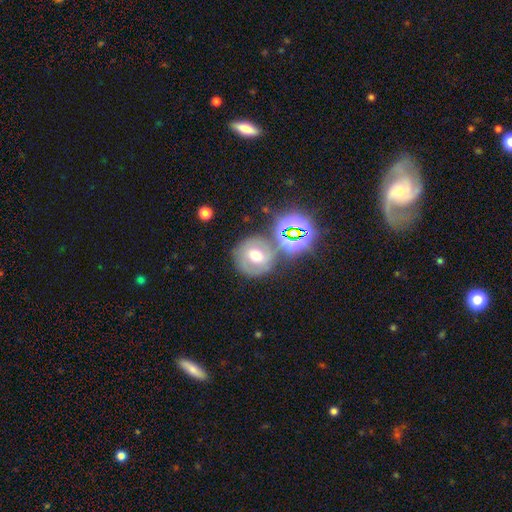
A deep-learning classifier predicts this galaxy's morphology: smooth_or_featured: featured or disk (p=0.43) [alt: smooth p=0.39]
merging: none (p=0.66) [alt: merger p=0.14]